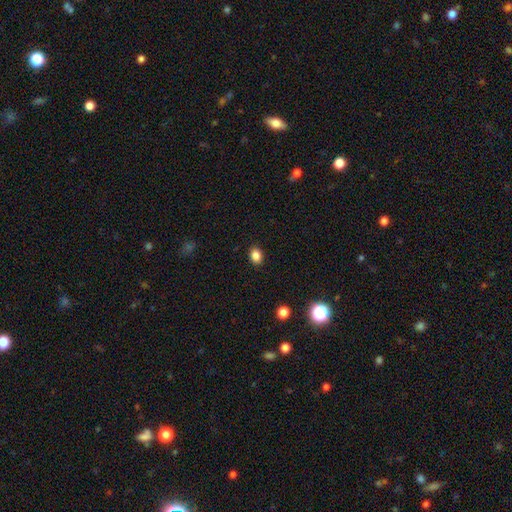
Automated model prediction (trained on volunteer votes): Smooth or featured: smooth — 85% (star or artifact — 11%)
How rounded: in between — 56% (round — 43%)
Merging: none — 89% (minor disturbance — 8%)